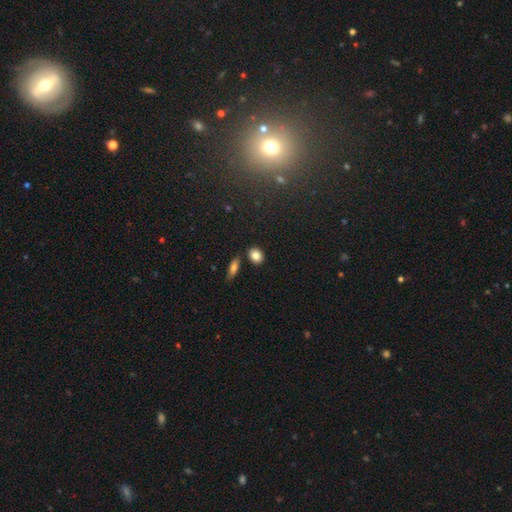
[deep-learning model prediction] Smooth or featured: smooth — 83% (star or artifact — 9%)
How rounded: round — 55% (in between — 43%)
Merging: none — 80% (minor disturbance — 10%)